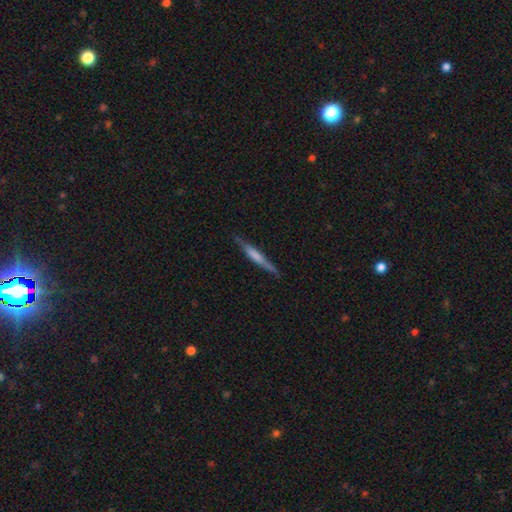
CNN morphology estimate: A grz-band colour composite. It shows a featured or disk galaxy (50%). Merging: none (84%).